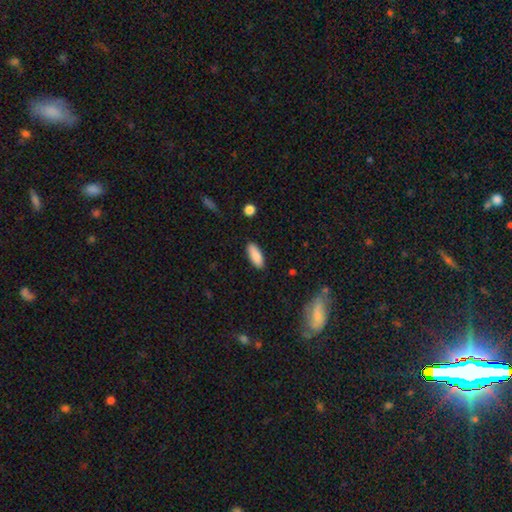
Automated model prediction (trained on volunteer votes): A smooth galaxy with no disk features (88%) that is in between round and cigar-shaped (74%).

Vote fractions:
- Smooth or featured? smooth: 88% / star or artifact: 6% / featured or disk: 5%
- How rounded? in between: 74% / cigar-shaped: 24% / round: 2%
- Merging? none: 87% / minor disturbance: 9% / major disturbance: 2% / merger: 1%